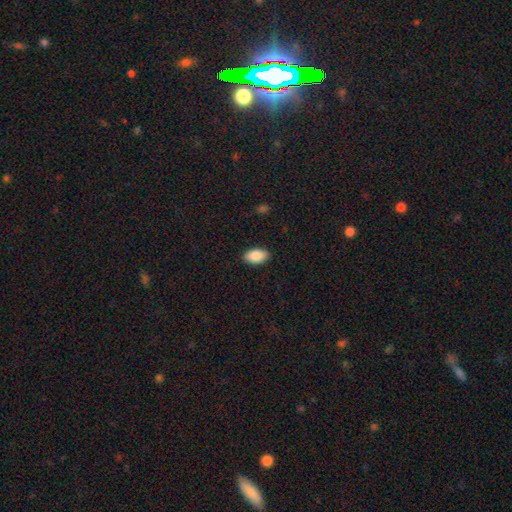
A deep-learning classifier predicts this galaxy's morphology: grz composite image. It shows a smooth galaxy with no disk features (89%) that is in between round and cigar-shaped (94%). Merging: none (89%).